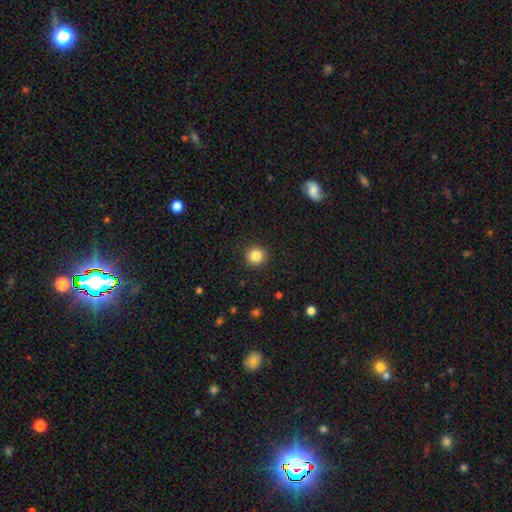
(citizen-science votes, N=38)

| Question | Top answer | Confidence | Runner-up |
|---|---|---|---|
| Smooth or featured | smooth | 89% | featured or disk (5%) |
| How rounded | round | 100% | — |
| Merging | none | 92% | major disturbance (6%) |